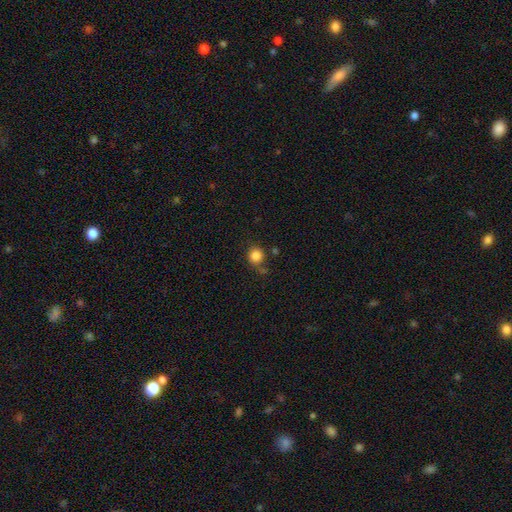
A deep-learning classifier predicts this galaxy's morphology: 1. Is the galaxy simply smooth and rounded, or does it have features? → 85% smooth, 11% star or artifact, 5% featured or disk.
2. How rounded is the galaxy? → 90% round, 9% in between, 1% cigar-shaped.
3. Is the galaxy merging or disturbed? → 69% none, 16% minor disturbance, 9% merger, 6% major disturbance.